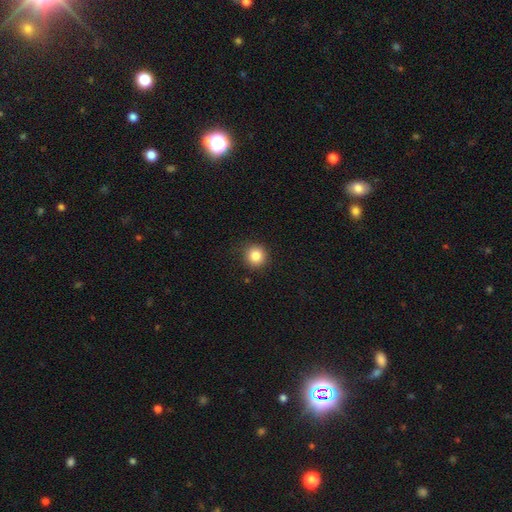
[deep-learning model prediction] Smooth or featured? Predicted: smooth (p=0.84). How rounded? Predicted: round (p=0.93). Merging? Predicted: none (p=0.88).